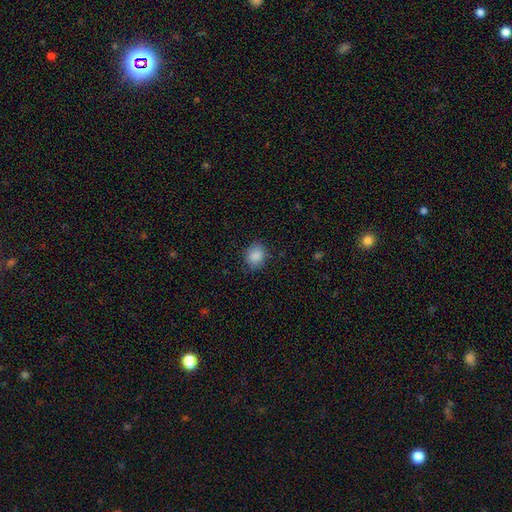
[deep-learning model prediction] smooth_or_featured: smooth (p=0.88) [alt: star or artifact p=0.08]
how_rounded: round (p=0.58) [alt: in between p=0.41]
merging: none (p=0.82) [alt: minor disturbance p=0.13]